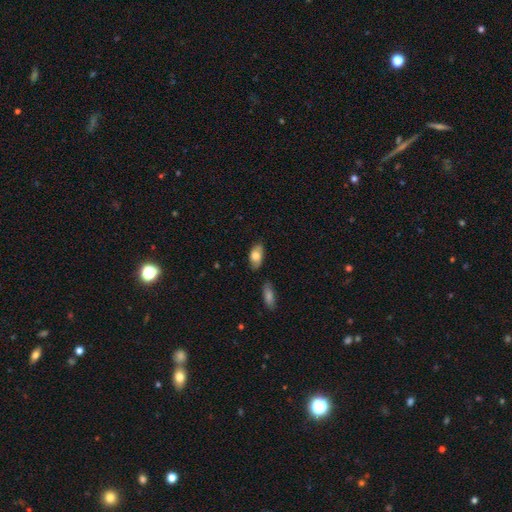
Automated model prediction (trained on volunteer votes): Morphology: type=smooth (73%); roundness=in between (91%); merging=none (71%).